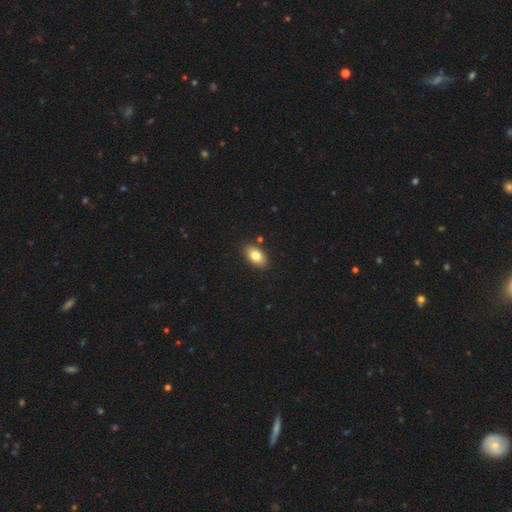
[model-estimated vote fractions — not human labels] Smooth or featured: smooth — 80% (featured or disk — 13%)
How rounded: in between — 91% (round — 6%)
Merging: none — 87% (minor disturbance — 9%)